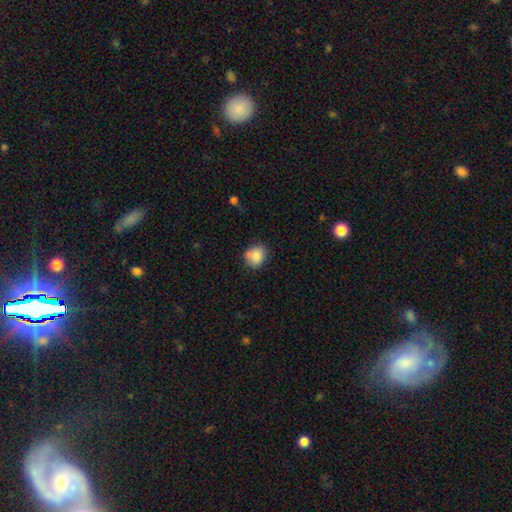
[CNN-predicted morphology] Smooth or featured? smooth (84%)
How rounded? round (70%)
Merging? none (71%)